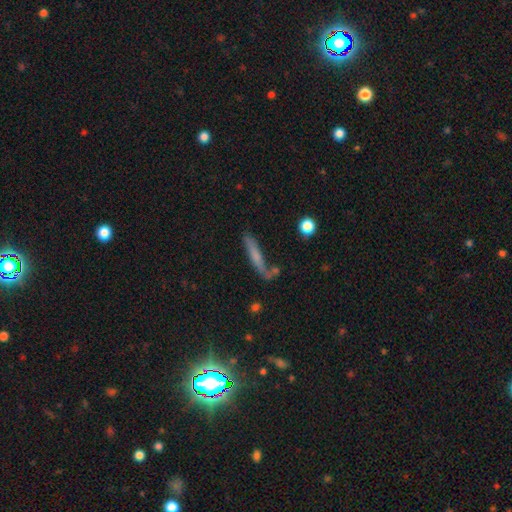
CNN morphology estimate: Smooth or featured? smooth (58%)
How rounded? cigar-shaped (88%)
Merging? none (58%)